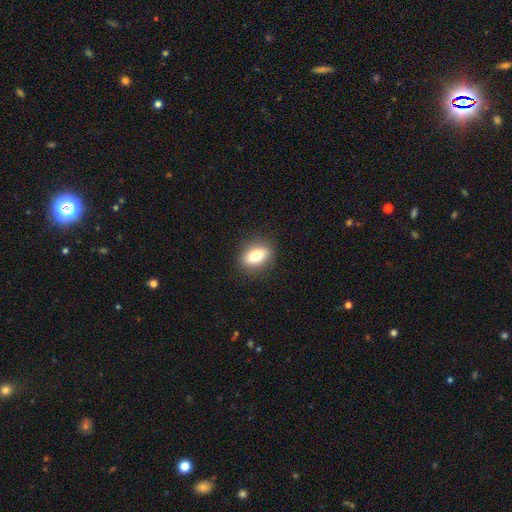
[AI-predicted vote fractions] This is clearly a smooth galaxy (80%). How rounded: likely in between (79%). Merging: clearly none (86%).